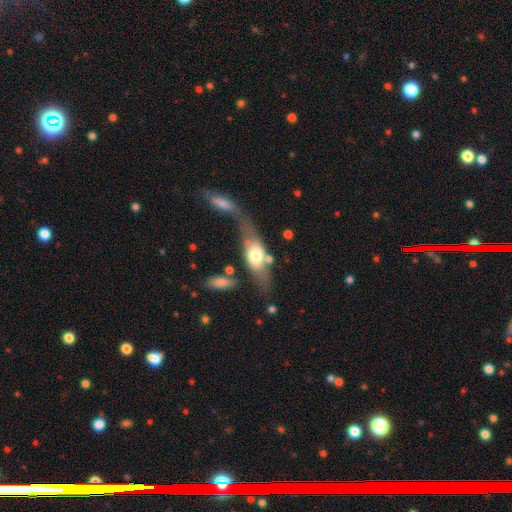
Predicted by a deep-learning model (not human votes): Morphology: type=smooth (55%); roundness=in between (72%); merging=none (35%).